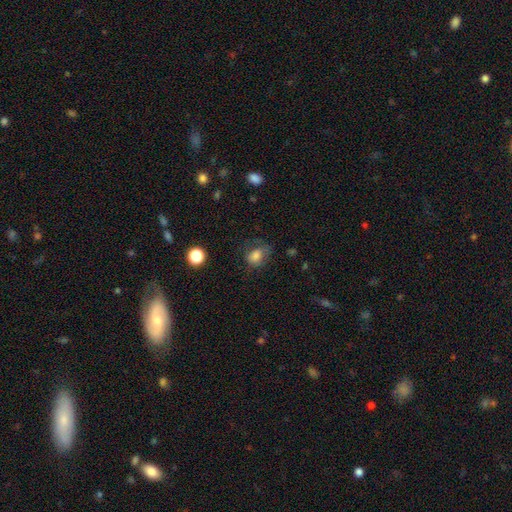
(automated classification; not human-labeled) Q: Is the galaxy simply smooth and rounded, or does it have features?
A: smooth — 78%.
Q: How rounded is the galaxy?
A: in between — 60%.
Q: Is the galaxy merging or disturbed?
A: none — 52%.